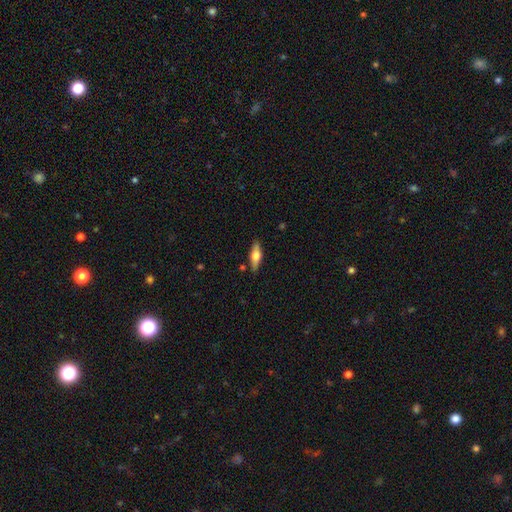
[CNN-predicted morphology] A smooth galaxy with no disk features (51%) that is in between round and cigar-shaped (54%). Merging: none (85%).